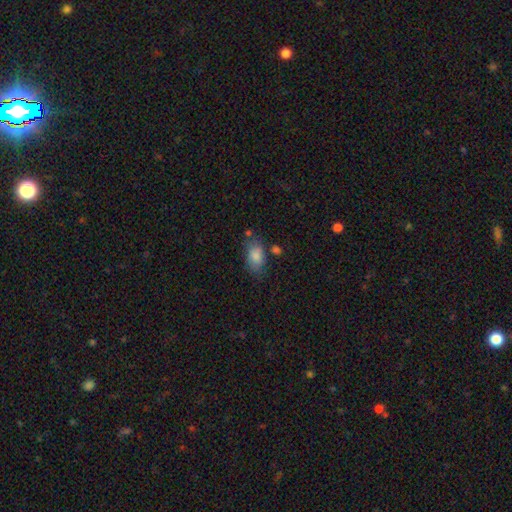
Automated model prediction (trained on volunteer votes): This appears to be a smooth galaxy with no disk features (83%) that is in between round and cigar-shaped (87%). Merging: none (60%).